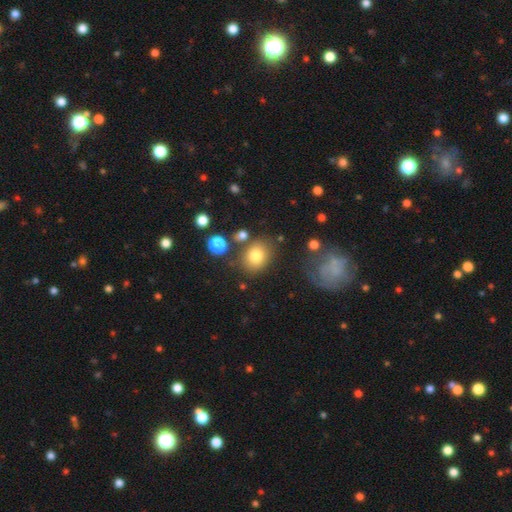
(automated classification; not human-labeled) Smooth or featured?
  - smooth: 80% *
  - star or artifact: 10%
  - featured or disk: 10%
How rounded?
  - in between: 52% *
  - round: 47%
  - cigar-shaped: 1%
Merging?
  - none: 73% *
  - minor disturbance: 14%
  - merger: 8%
  - major disturbance: 5%